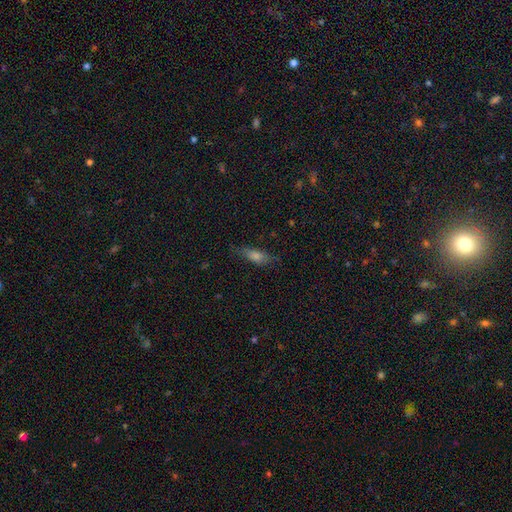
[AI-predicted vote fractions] The model was most divided on "how rounded": cigar-shaped: 50%, in between: 46%, round: 4%. More confident: merging — none (75%); smooth or featured — smooth (59%).